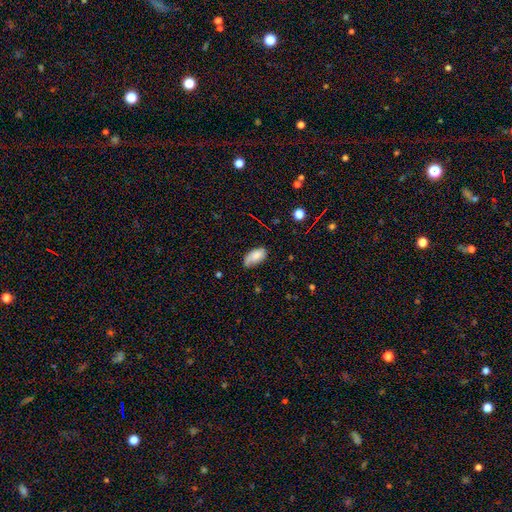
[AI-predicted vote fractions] Q: Smooth or featured?
A: smooth (76%); runner-up: featured or disk (16%)
Q: How rounded?
A: in between (93%); runner-up: round (3%)
Q: Merging?
A: none (56%); runner-up: minor disturbance (32%)